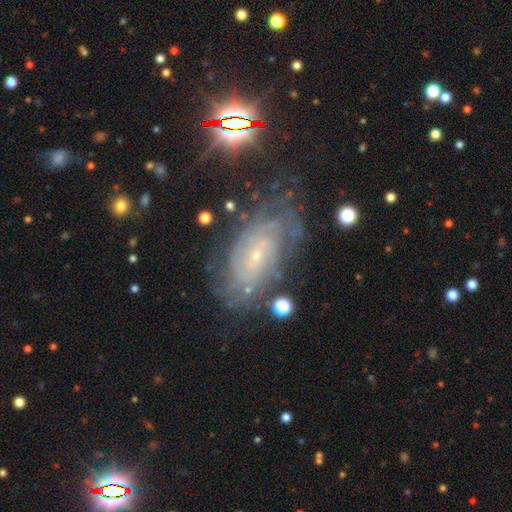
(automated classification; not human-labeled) This is likely a featured or disk galaxy (78%). It is clearly not viewed edge-on (94%). Bar: likely no (60%). Spiral arm pattern: clearly yes (93%). Spiral arm count: possibly can't tell (50%). Spiral winding: likely tight (71%). Central bulge: clearly small (83%). Merging: likely none (69%).